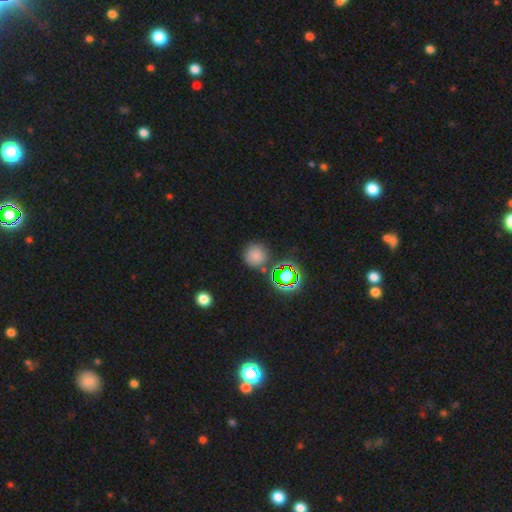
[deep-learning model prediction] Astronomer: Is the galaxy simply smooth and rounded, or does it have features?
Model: smooth — 69%.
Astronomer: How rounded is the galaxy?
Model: round — 92%.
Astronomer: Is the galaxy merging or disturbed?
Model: none — 79%.